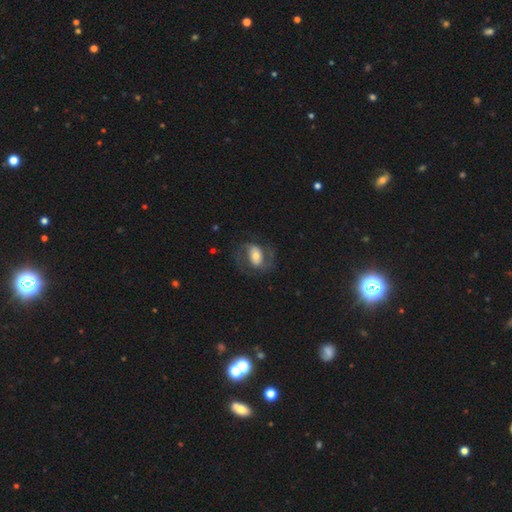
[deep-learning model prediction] The model was most divided on "bar": no: 37%, weak: 34%, strong: 28%. Remaining: edge-on disk — no (96%); spiral arm count — 2 (87%); spiral arms — yes (83%); merging — none (66%); smooth or featured — featured or disk (66%); spiral winding — medium (52%); bulge size — moderate (48%).